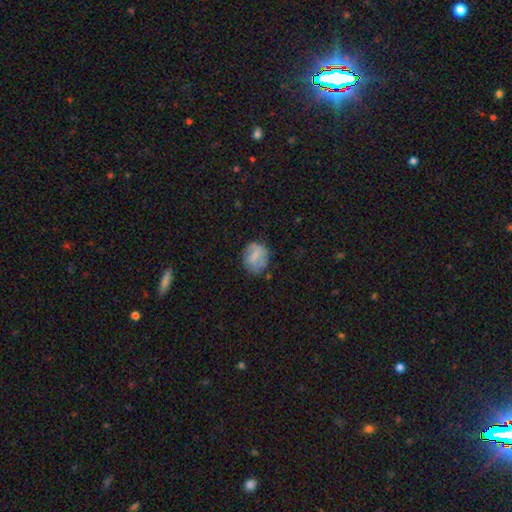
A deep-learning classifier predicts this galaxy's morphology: Smooth or featured? Predicted: smooth (p=0.57). How rounded? Predicted: round (p=0.61). Merging? Predicted: none (p=0.64).